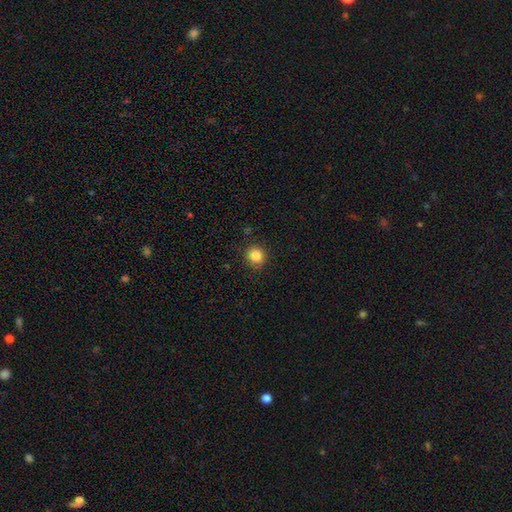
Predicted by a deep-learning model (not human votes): Smooth or featured?
  - smooth: 84% *
  - star or artifact: 11%
  - featured or disk: 5%
How rounded?
  - round: 89% *
  - in between: 10%
  - cigar-shaped: 1%
Merging?
  - none: 87% *
  - minor disturbance: 9%
  - major disturbance: 3%
  - merger: 1%